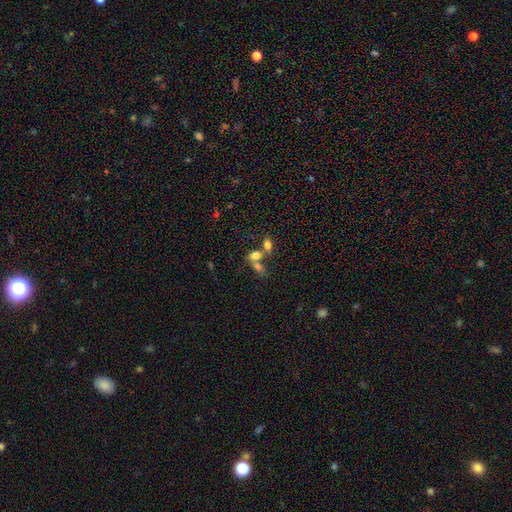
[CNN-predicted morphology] smooth 72%, featured or disk 16%, star or artifact 13%. Down the decision tree: how rounded — in between (79%); merging — merger (55%).